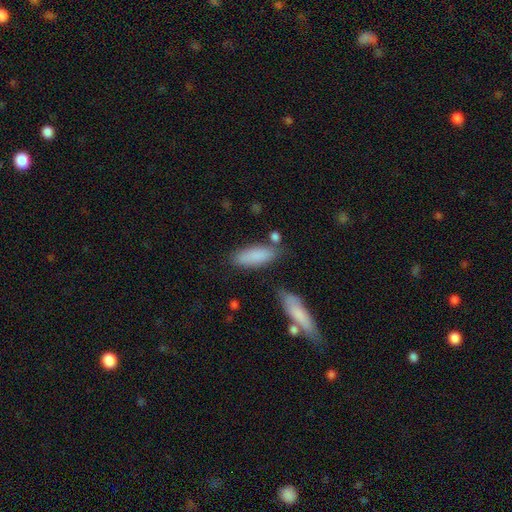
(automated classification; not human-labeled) Smooth or featured? Predicted: smooth (p=0.85). How rounded? Predicted: in between (p=0.64). Merging? Predicted: none (p=0.70).